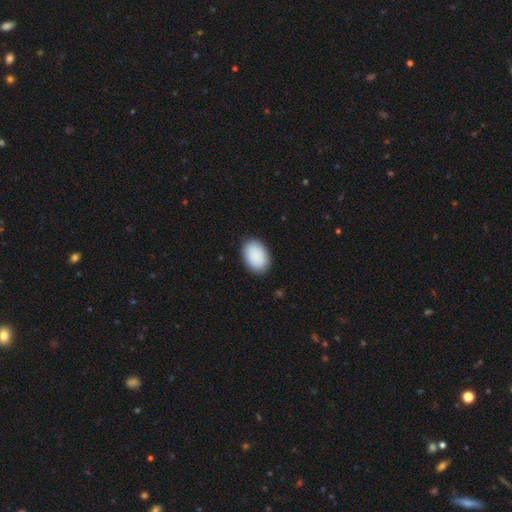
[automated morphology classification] Overall: smooth (91%). How rounded: in between (88%). Merging: none (88%).